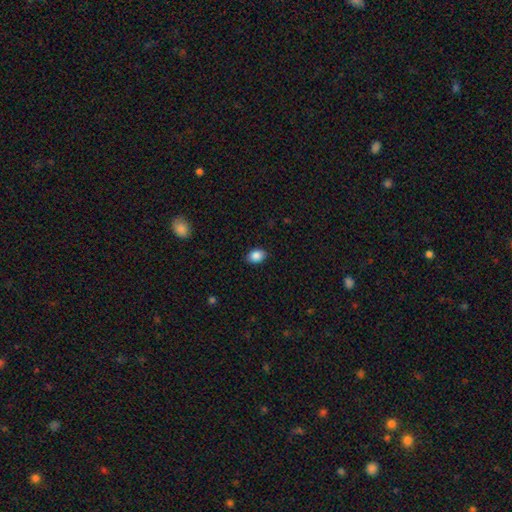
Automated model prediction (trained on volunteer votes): Morphology: type=smooth (87%); roundness=in between (72%); merging=none (88%).